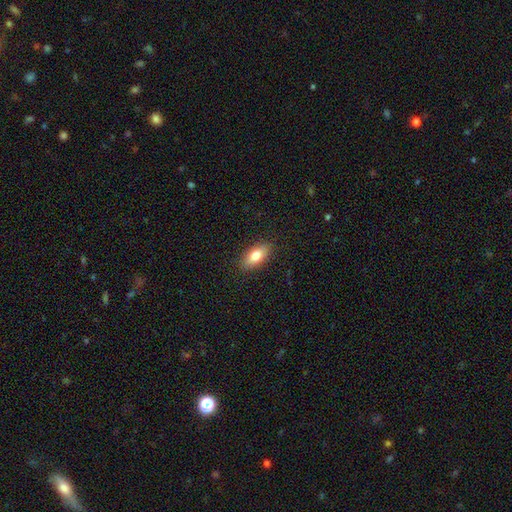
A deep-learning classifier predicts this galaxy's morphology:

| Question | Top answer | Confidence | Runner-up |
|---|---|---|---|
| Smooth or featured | smooth | 77% | featured or disk (16%) |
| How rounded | in between | 84% | cigar-shaped (12%) |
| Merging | none | 88% | minor disturbance (9%) |